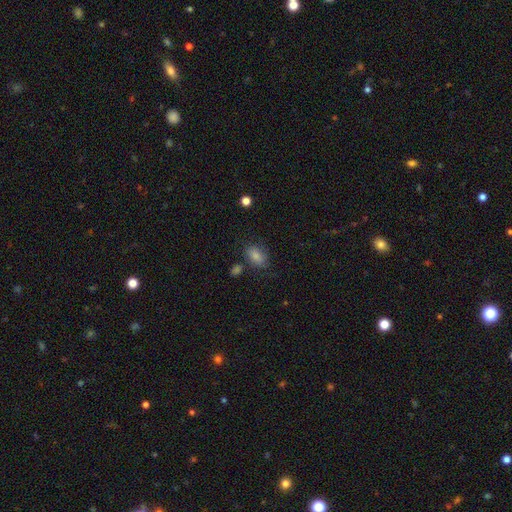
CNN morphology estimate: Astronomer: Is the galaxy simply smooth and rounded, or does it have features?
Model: smooth — 69%.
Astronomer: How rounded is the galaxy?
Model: in between — 81%.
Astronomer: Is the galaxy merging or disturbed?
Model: none — 72%.